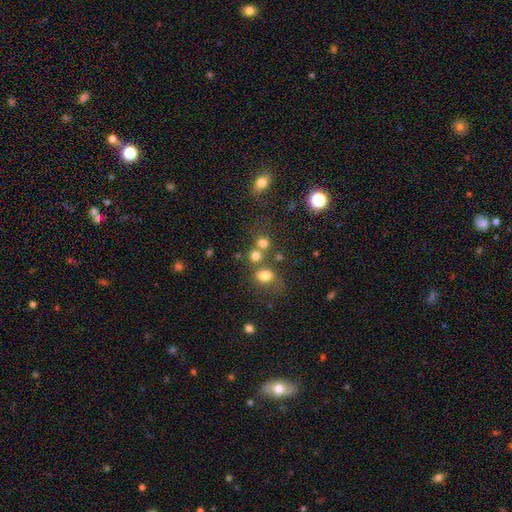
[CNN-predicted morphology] type=smooth (75%); roundness=round (71%); merging=none (53%).